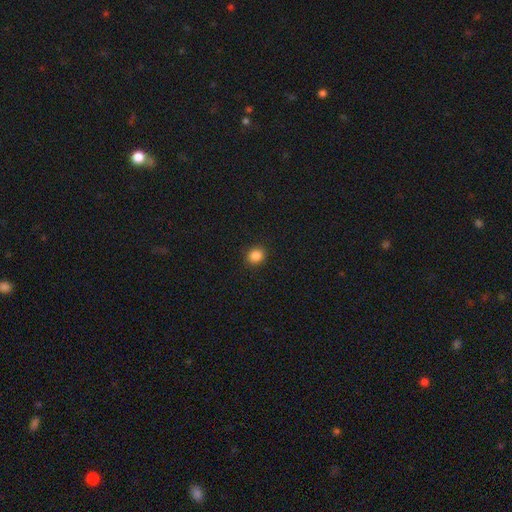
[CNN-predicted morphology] type=smooth (86%); roundness=round (82%); merging=none (91%).